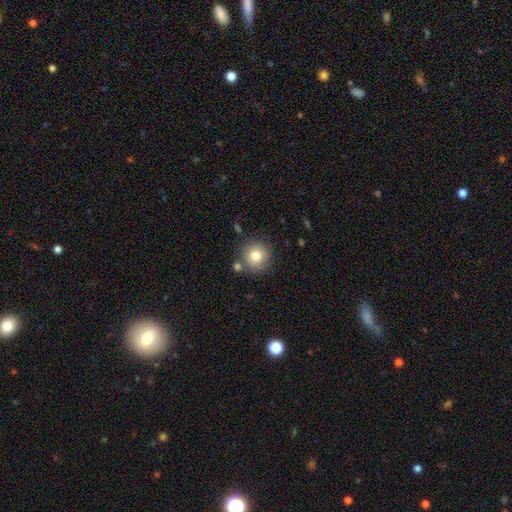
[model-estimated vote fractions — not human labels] smooth 79%, featured or disk 11%, star or artifact 11%. Down the decision tree: how rounded — round (94%); merging — none (79%).